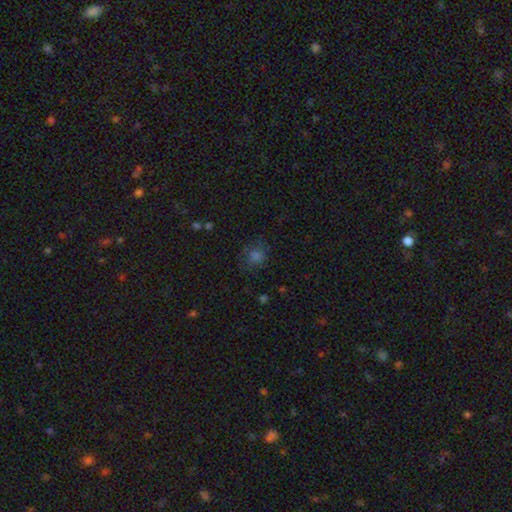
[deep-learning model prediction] A smooth galaxy with no disk features (64%) that is round (76%). Merging: none (73%).